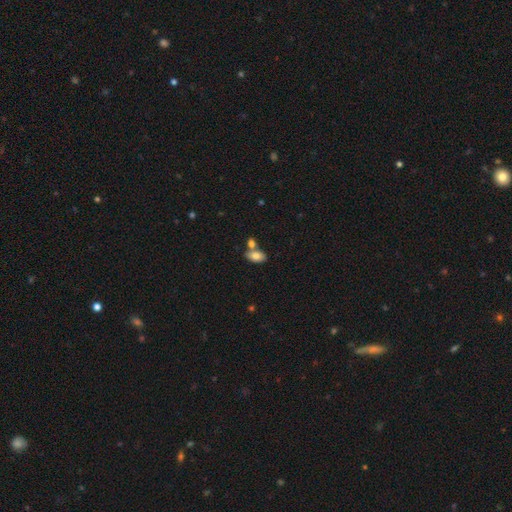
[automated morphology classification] type=smooth (79%); roundness=in between (92%); merging=none (56%).